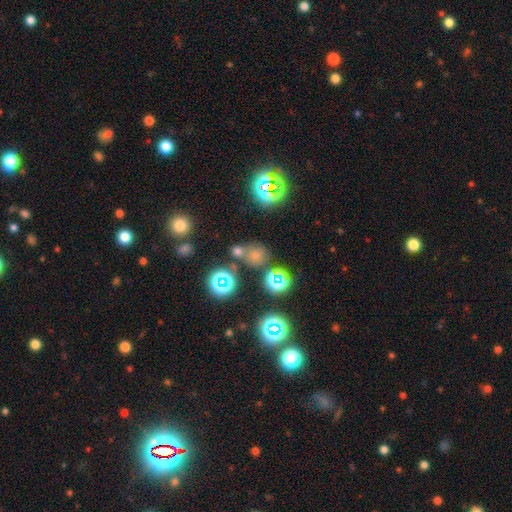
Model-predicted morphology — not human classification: smooth_or_featured: smooth (p=0.56) [alt: star or artifact p=0.35]
how_rounded: round (p=0.79) [alt: in between p=0.20]
merging: none (p=0.59) [alt: merger p=0.24]